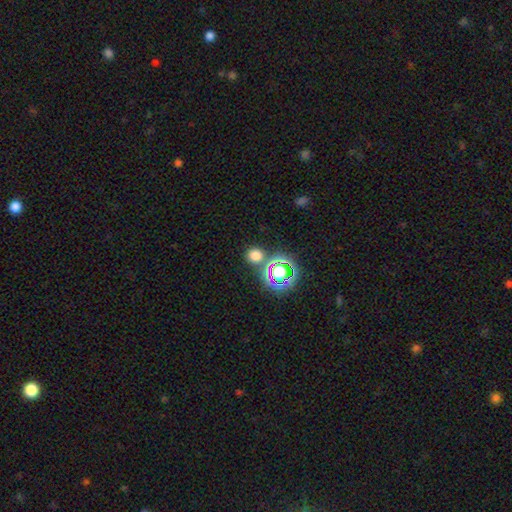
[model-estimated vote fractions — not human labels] smooth_or_featured: smooth (p=0.69) [alt: star or artifact p=0.25]
how_rounded: round (p=0.88) [alt: in between p=0.11]
merging: none (p=0.80) [alt: merger p=0.10]